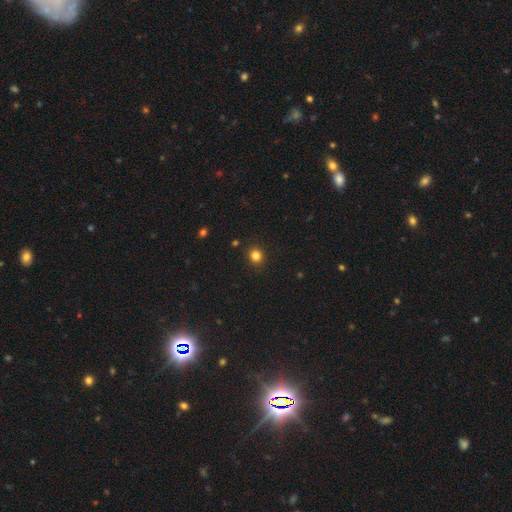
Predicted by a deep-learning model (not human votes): Smooth or featured? Predicted: smooth (p=0.82). How rounded? Predicted: round (p=0.87). Merging? Predicted: none (p=0.91).